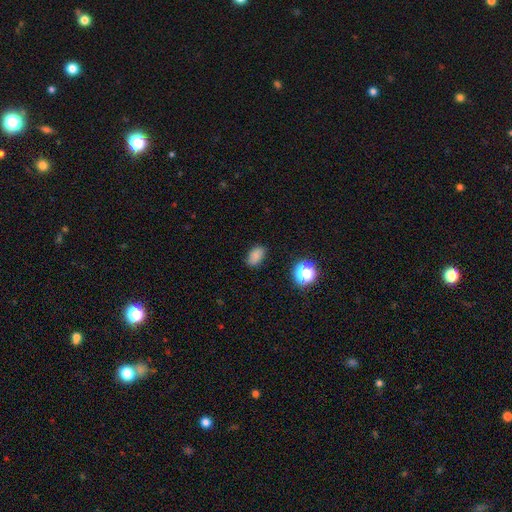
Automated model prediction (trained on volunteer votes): Q: Smooth or featured?
A: smooth (79%); runner-up: star or artifact (14%)
Q: How rounded?
A: in between (86%); runner-up: round (12%)
Q: Merging?
A: none (80%); runner-up: minor disturbance (15%)